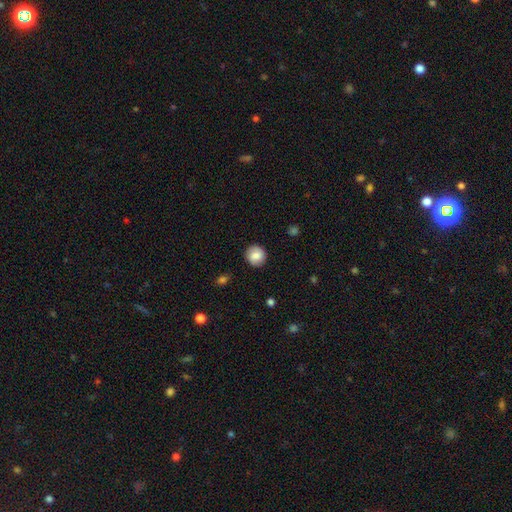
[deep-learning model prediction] A smooth galaxy with no disk features (80%) that is round (89%). Merging: none (86%).